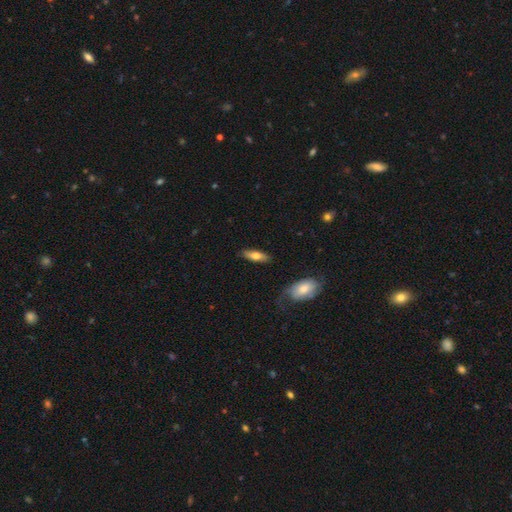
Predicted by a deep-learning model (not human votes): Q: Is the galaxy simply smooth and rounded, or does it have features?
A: smooth — 65%.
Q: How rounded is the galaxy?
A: in between — 59%.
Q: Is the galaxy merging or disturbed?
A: none — 83%.